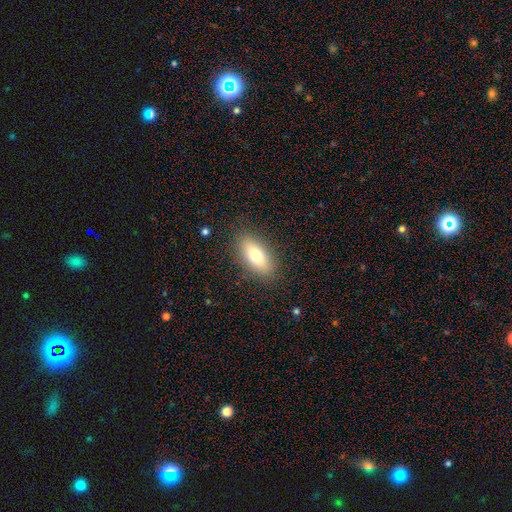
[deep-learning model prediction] Smooth or featured? smooth (73%)
How rounded? in between (83%)
Merging? none (86%)